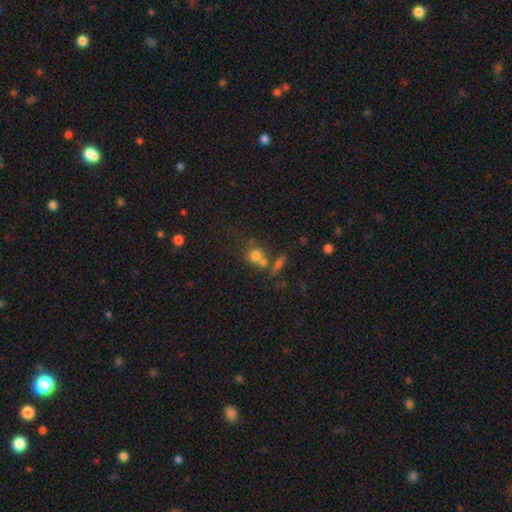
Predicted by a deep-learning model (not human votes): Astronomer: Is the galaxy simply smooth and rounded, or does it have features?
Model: smooth — 72%.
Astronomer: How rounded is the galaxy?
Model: round — 79%.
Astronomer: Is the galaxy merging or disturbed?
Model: none — 46% (runner-up: merger, 38%).